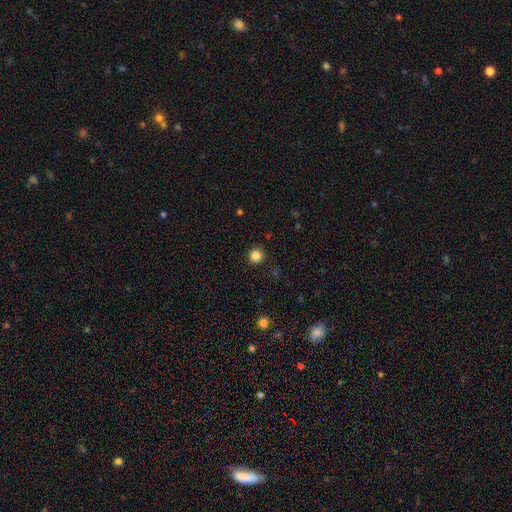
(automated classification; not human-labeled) Overall: smooth (84%). How rounded: round (94%). Merging: none (91%).